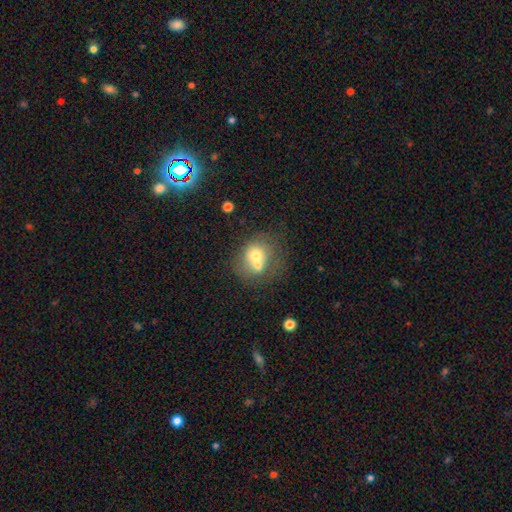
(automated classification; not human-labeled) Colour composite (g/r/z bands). It shows a smooth galaxy with no disk features (61%) that is round (71%). Merging: merger (59%).